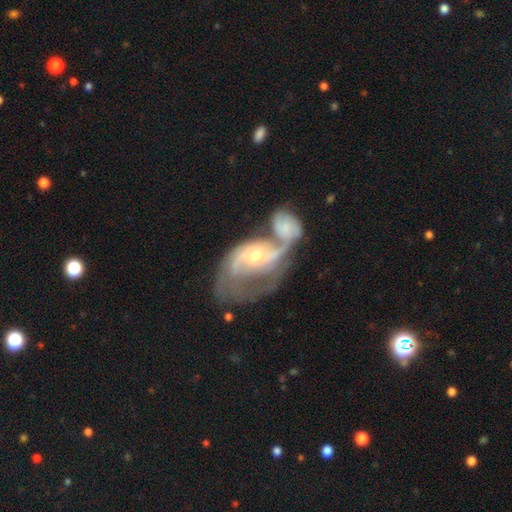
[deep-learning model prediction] smooth_or_featured: featured or disk (p=0.82) [alt: smooth p=0.12]
disk_edge_on: no (p=0.96) [alt: yes p=0.04]
bar: no (p=0.54) [alt: weak p=0.32]
has_spiral_arms: yes (p=0.88) [alt: no p=0.12]
spiral_winding: loose (p=0.41) [alt: medium p=0.40]
spiral_arm_count: 2 (p=0.67) [alt: can't tell p=0.15]
bulge_size: small (p=0.51) [alt: moderate p=0.44]
merging: merger (p=0.62) [alt: major disturbance p=0.17]